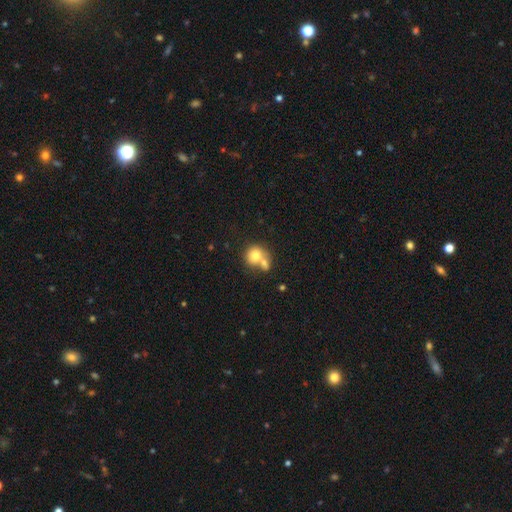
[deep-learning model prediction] Smooth or featured? Predicted: smooth (p=0.73). How rounded? Predicted: round (p=0.79). Merging? Predicted: merger (p=0.54).